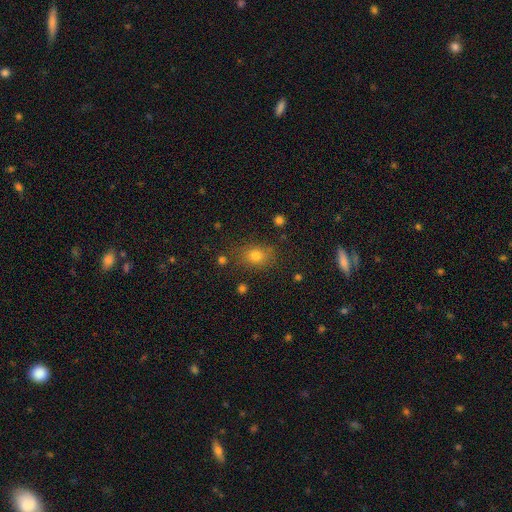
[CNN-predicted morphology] The model was most divided on "how rounded": in between: 53%, round: 46%, cigar-shaped: 2%. More confident: merging — none (78%); smooth or featured — smooth (76%).